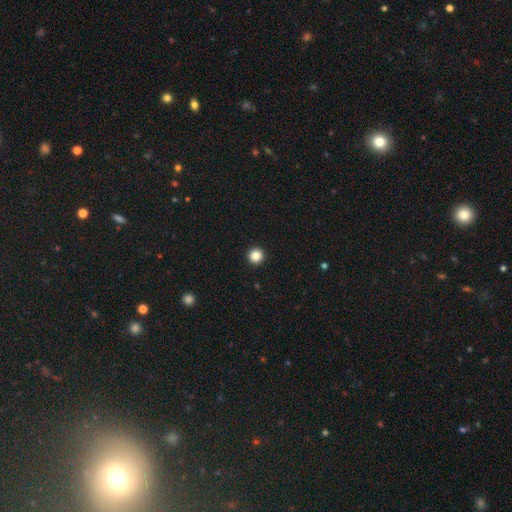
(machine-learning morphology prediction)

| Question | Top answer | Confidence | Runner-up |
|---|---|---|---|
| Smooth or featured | smooth | 85% | star or artifact (11%) |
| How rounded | round | 95% | in between (4%) |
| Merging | none | 94% | minor disturbance (4%) |